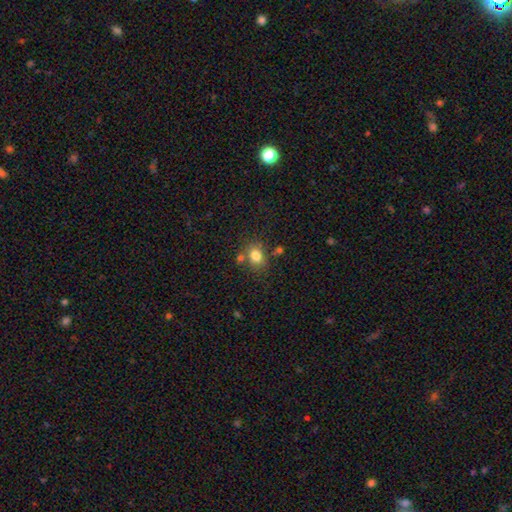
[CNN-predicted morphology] smooth-or-featured: smooth: 80% | star or artifact: 11% | featured or disk: 9%
  how-rounded: in between: 53% | round: 46% | cigar-shaped: 1%
  merging: none: 67% | minor disturbance: 15% | merger: 13% | major disturbance: 5%